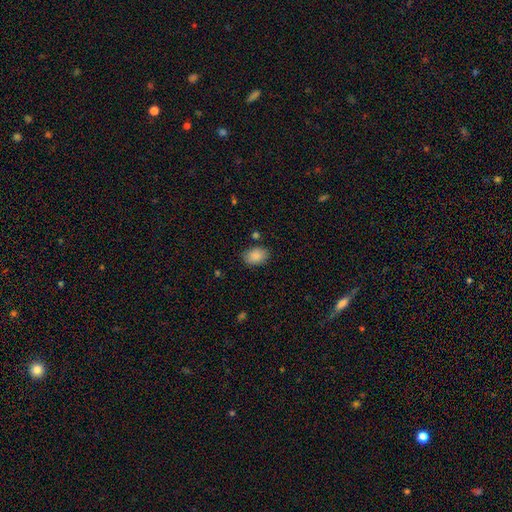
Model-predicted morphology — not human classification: Overall: smooth (88%). How rounded: in between (83%). Merging: none (82%).